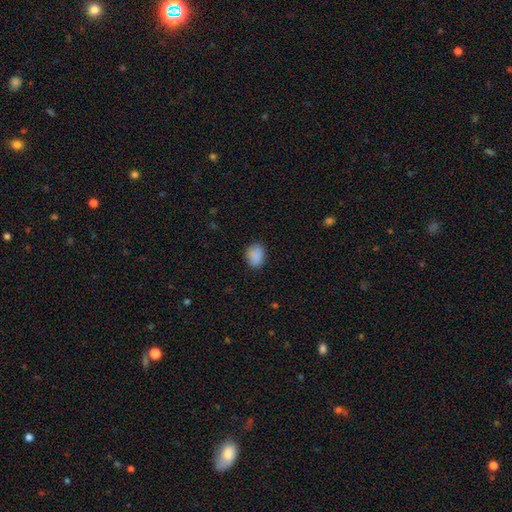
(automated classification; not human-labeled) The model was most divided on "how rounded": in between: 67%, round: 32%, cigar-shaped: 1%. More confident: smooth or featured — smooth (89%); merging — none (83%).